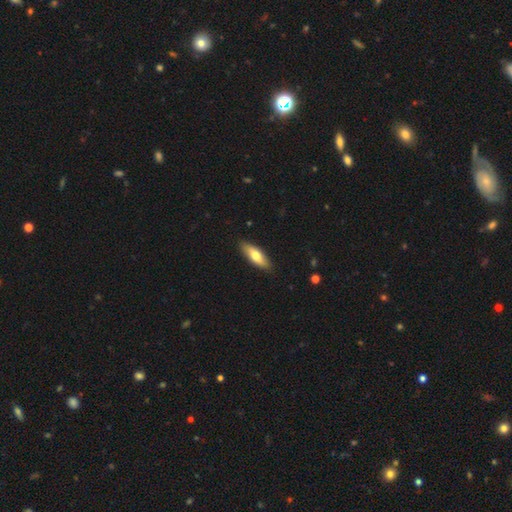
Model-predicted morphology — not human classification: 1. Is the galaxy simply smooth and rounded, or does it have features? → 69% smooth, 26% featured or disk, 5% star or artifact.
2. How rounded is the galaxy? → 61% in between, 36% cigar-shaped, 2% round.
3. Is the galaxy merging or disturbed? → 88% none, 10% minor disturbance, 2% major disturbance, 1% merger.